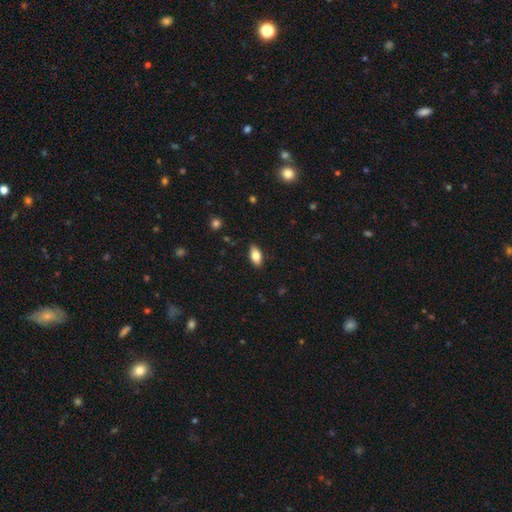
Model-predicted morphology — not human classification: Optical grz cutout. It shows a smooth galaxy with no disk features (79%) that is in between round and cigar-shaped (91%). Merging: none (87%).